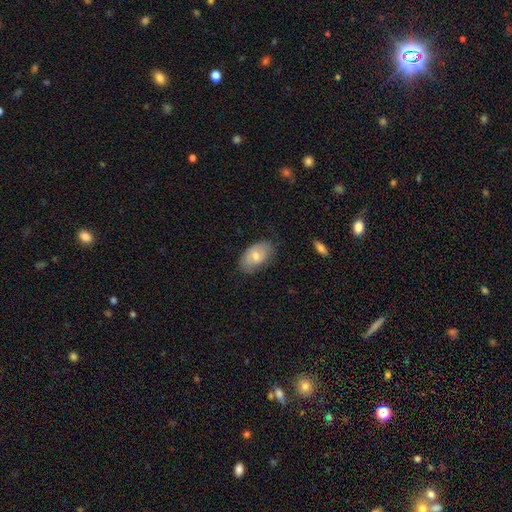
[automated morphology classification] Smooth or featured?
  - smooth: 59% *
  - featured or disk: 33%
  - star or artifact: 7%
How rounded?
  - in between: 93% *
  - round: 6%
  - cigar-shaped: 2%
Merging?
  - none: 72% *
  - minor disturbance: 23%
  - major disturbance: 4%
  - merger: 1%